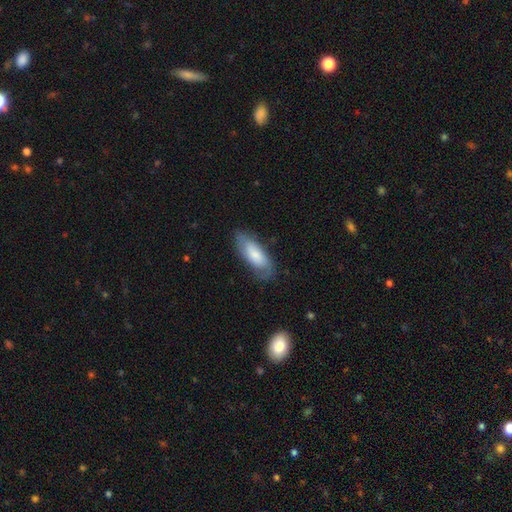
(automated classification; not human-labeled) Smooth or featured? Predicted: smooth (p=0.62). How rounded? Predicted: in between (p=0.77). Merging? Predicted: none (p=0.68).